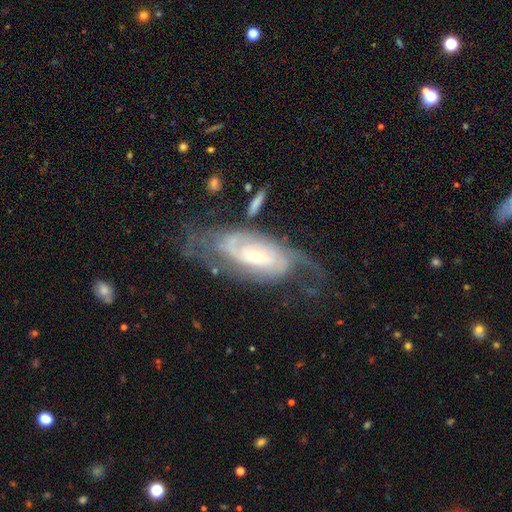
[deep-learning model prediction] A featured or disk galaxy (85%) with no bar (54%), 2 (41%) tight (51%) spiral arms (94%) and a small central bulge (61%).

Vote fractions:
- Smooth or featured? featured or disk: 85% / smooth: 10% / star or artifact: 6%
- Edge-on disk? no: 93% / yes: 7%
- Bar? no: 54% / weak: 35% / strong: 11%
- Spiral arms? yes: 94% / no: 6%
- Spiral winding? tight: 51% / medium: 35% / loose: 14%
- Spiral arm count? 2: 41% / can't tell: 33% / 3: 12% / 4: 5% / 1: 5% / more than 4: 4%
- Bulge size? small: 61% / moderate: 34% / large: 3% / none: 1% / dominant: 1%
- Merging? none: 53% / major disturbance: 21% / minor disturbance: 21% / merger: 5%